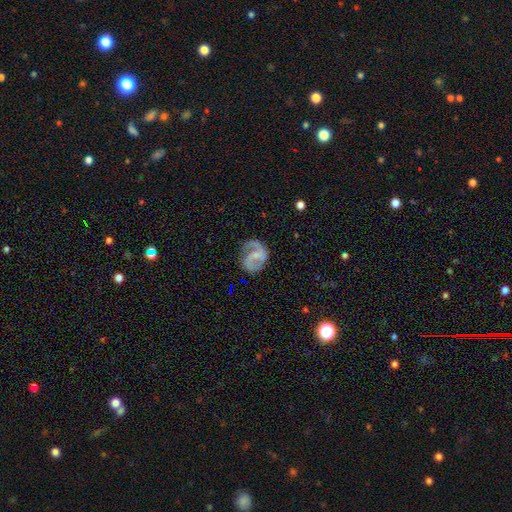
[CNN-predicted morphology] Overall: featured or disk (80%). Edge-on disk: no (98%). Bar: weak (47%; no 34%). Spiral arms: yes (93%). Spiral arm count: 2 (82%). Spiral winding: medium (50%; loose 32%). Bulge size: small (59%; moderate 23%). Merging: none (65%).